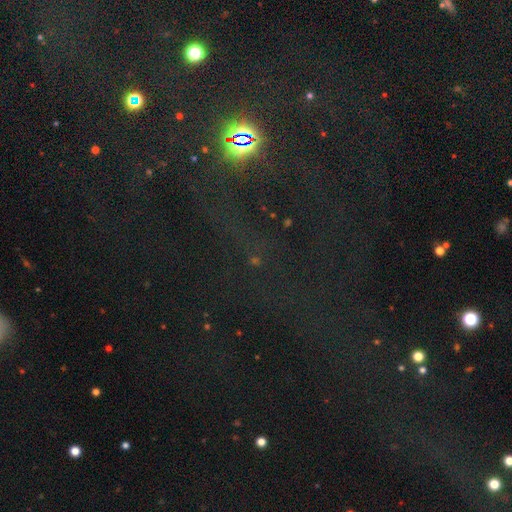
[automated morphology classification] smooth_or_featured: star or artifact (p=0.76) [alt: smooth p=0.15]